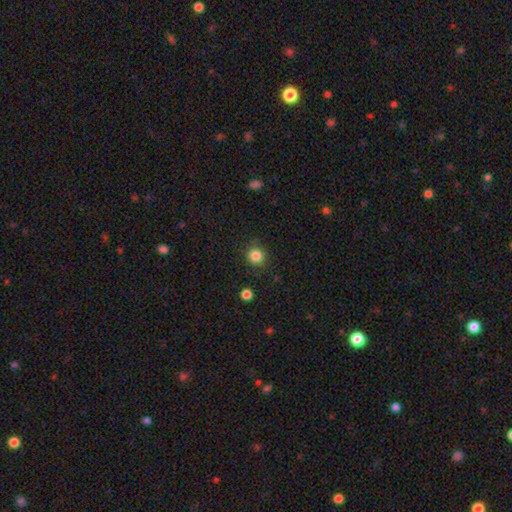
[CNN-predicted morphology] A smooth galaxy with no disk features (84%) that is round (91%).

Vote fractions:
- Smooth or featured? smooth: 84% / star or artifact: 11% / featured or disk: 4%
- How rounded? round: 91% / in between: 8% / cigar-shaped: 1%
- Merging? none: 89% / minor disturbance: 7% / major disturbance: 2% / merger: 1%